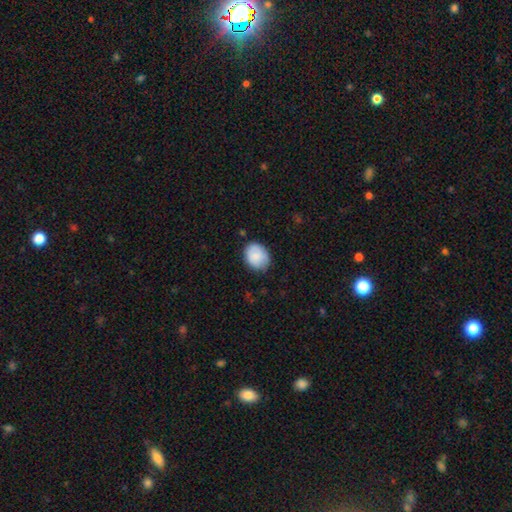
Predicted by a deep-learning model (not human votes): smooth 86%, featured or disk 8%, star or artifact 7%. Down the decision tree: how rounded — in between (54%); merging — none (75%).